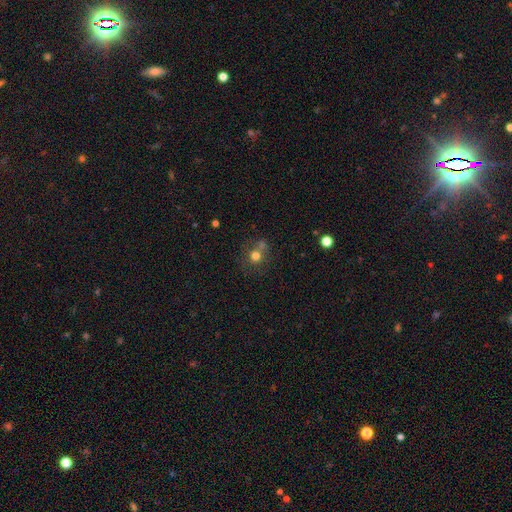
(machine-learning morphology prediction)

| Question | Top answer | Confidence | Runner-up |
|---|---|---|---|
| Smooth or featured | smooth | 71% | star or artifact (16%) |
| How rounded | round | 85% | in between (15%) |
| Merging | none | 55% | merger (27%) |